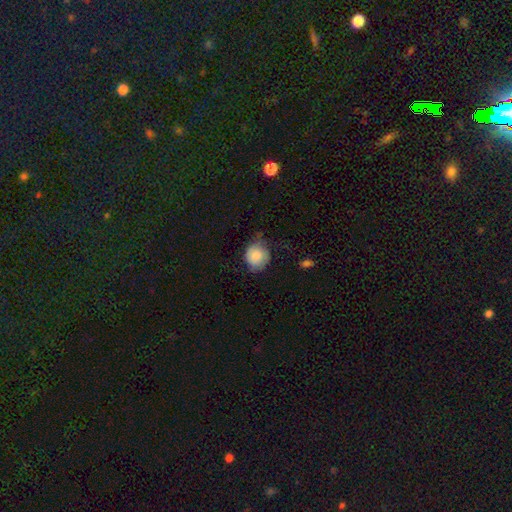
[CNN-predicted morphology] Smooth or featured: smooth — 71% (featured or disk — 22%)
How rounded: round — 76% (in between — 23%)
Merging: none — 50% (minor disturbance — 36%)